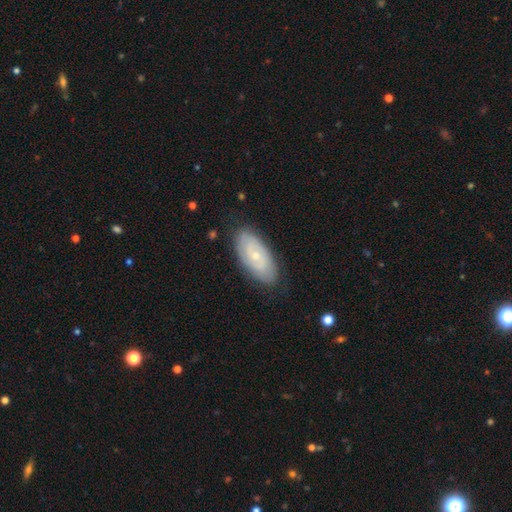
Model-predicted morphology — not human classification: Overall: featured or disk (60%; smooth 33%). Edge-on disk: no (92%). Bar: no (77%). Spiral arms: yes (72%). Bulge size: small (74%). Merging: none (81%).